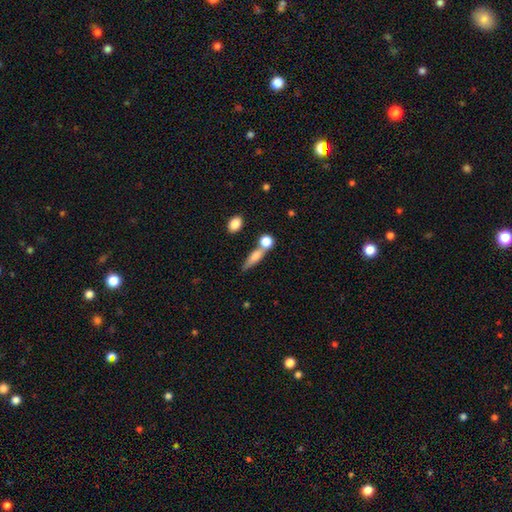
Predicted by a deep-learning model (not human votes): Overall: smooth (65%; featured or disk 26%). How rounded: cigar-shaped (53%; in between 33%). Merging: none (53%; merger 29%).